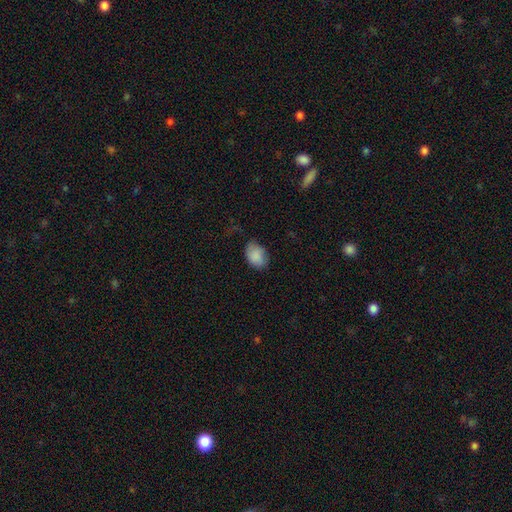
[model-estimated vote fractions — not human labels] Smooth or featured?
  - smooth: 86% *
  - star or artifact: 8%
  - featured or disk: 6%
How rounded?
  - in between: 72% *
  - round: 27%
  - cigar-shaped: 1%
Merging?
  - none: 57% *
  - minor disturbance: 32%
  - major disturbance: 9%
  - merger: 2%